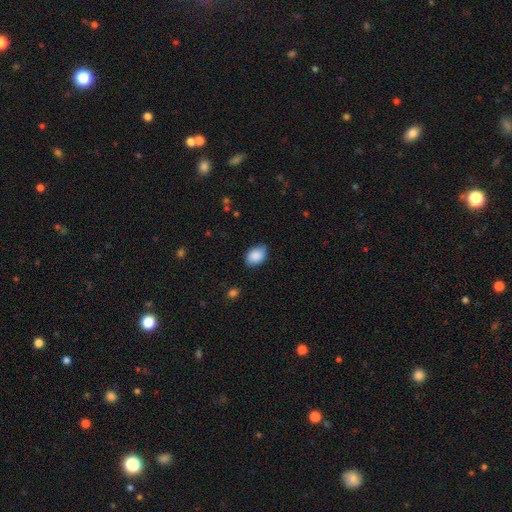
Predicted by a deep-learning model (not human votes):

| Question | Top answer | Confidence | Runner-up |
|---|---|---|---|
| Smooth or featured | smooth | 88% | star or artifact (7%) |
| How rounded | in between | 85% | round (14%) |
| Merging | none | 79% | minor disturbance (17%) |